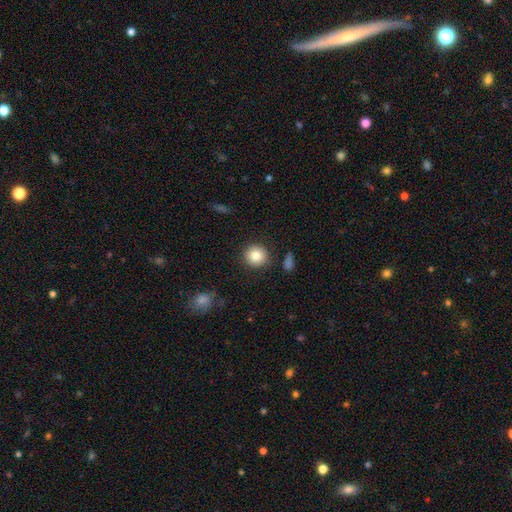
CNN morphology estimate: A smooth galaxy with no disk features (83%) that is round (93%). Merging: none (88%).